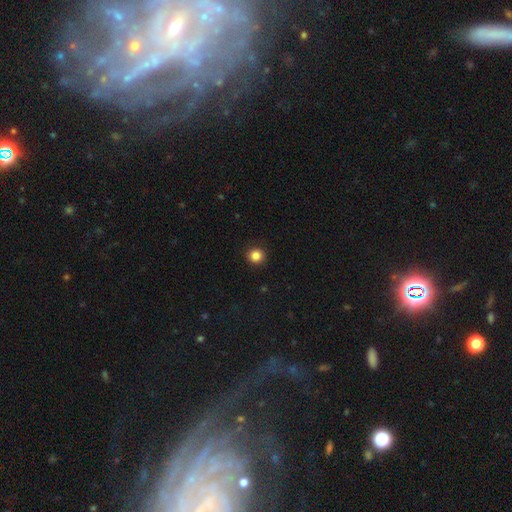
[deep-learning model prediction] This appears to be a smooth galaxy with no disk features (85%) that is round (93%). Merging: none (92%).